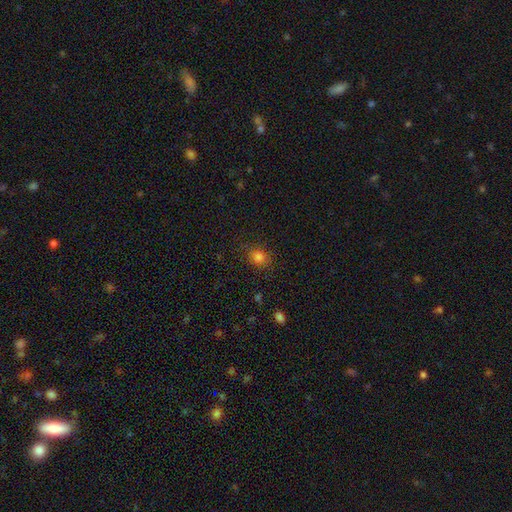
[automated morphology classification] The model was most divided on "how rounded": round: 77%, in between: 22%, cigar-shaped: 1%. More confident: merging — none (86%); smooth or featured — smooth (76%).